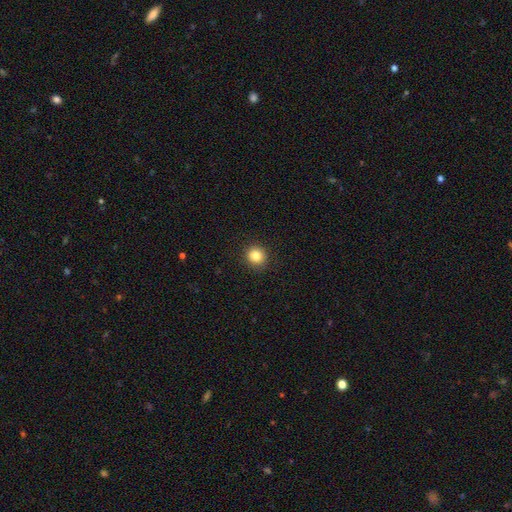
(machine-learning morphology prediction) A smooth galaxy with no disk features (84%) that is round (89%). Merging: none (91%).